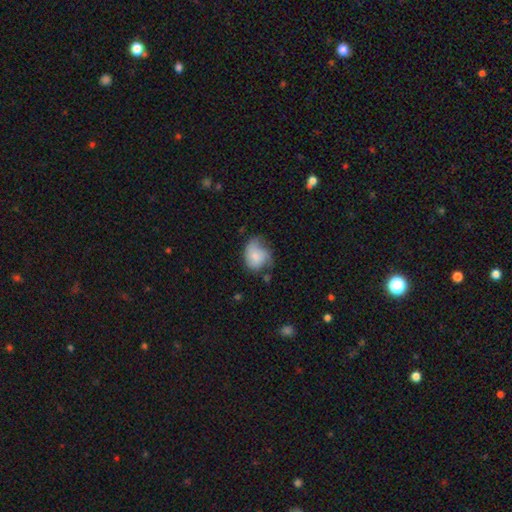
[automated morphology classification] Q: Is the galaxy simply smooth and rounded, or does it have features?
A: smooth — 62%.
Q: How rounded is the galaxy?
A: in between — 51%.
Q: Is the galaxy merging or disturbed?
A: none — 38%, tied with minor disturbance.